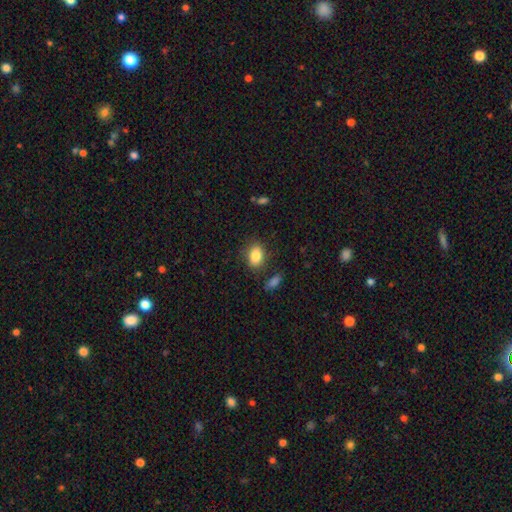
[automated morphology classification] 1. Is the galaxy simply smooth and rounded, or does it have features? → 84% smooth, 8% star or artifact, 7% featured or disk.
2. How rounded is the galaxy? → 80% in between, 19% round, 2% cigar-shaped.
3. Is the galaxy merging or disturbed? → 79% none, 13% minor disturbance, 4% merger, 4% major disturbance.